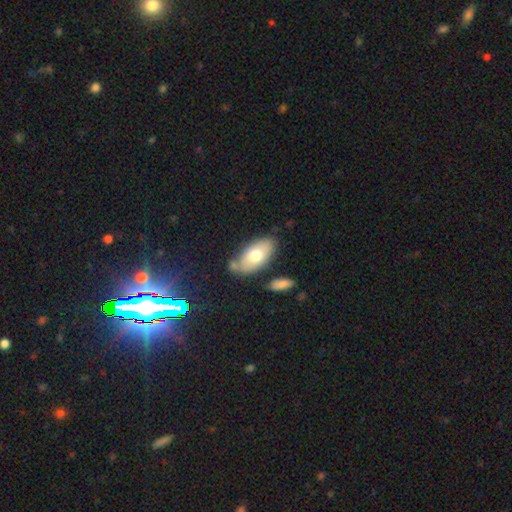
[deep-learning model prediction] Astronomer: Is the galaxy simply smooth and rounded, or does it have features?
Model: smooth — 70%.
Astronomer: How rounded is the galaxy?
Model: in between — 92%.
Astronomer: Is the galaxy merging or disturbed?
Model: none — 66%.